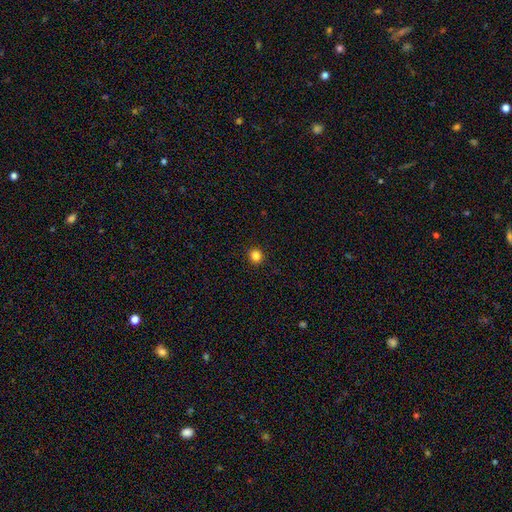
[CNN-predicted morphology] smooth_or_featured: smooth (p=0.83) [alt: star or artifact p=0.13]
how_rounded: round (p=0.92) [alt: in between p=0.07]
merging: none (p=0.93) [alt: minor disturbance p=0.04]